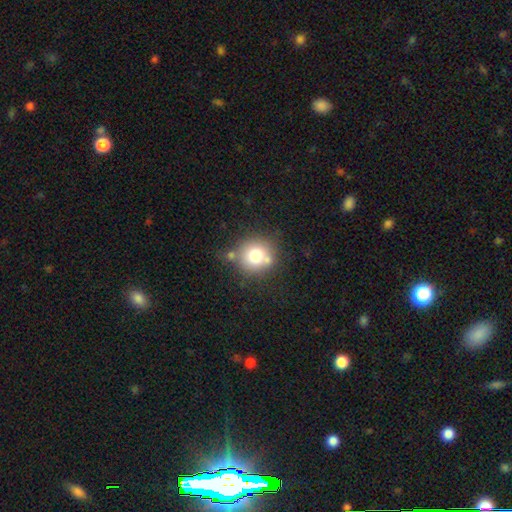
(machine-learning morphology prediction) type=smooth (73%); roundness=round (91%); merging=none (69%).